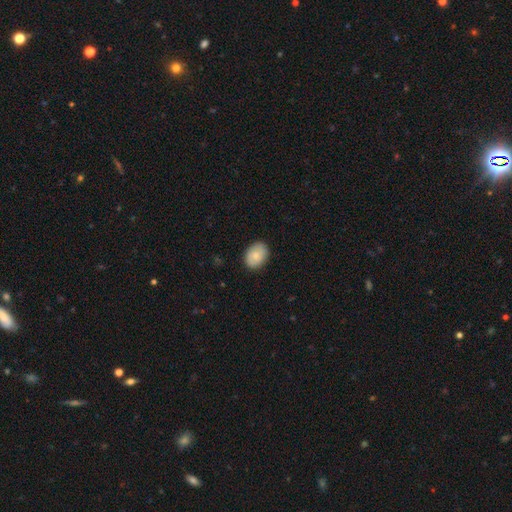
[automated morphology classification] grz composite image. It shows a smooth galaxy with no disk features (83%) that is in between round and cigar-shaped (75%). Merging: none (86%).